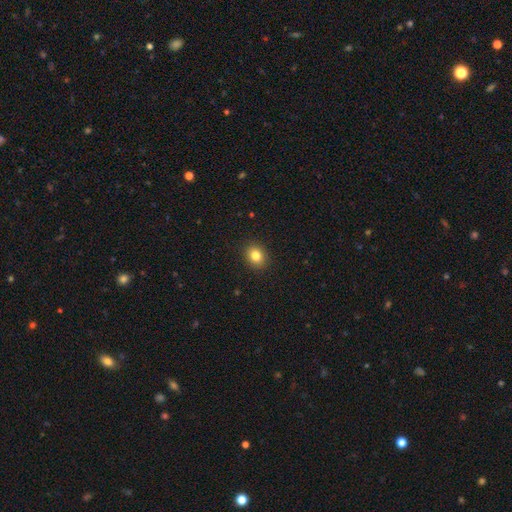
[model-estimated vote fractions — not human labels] A smooth galaxy with no disk features (83%) that is round (60%).

Vote fractions:
- Smooth or featured? smooth: 83% / star or artifact: 11% / featured or disk: 7%
- How rounded? round: 60% / in between: 40% / cigar-shaped: 1%
- Merging? none: 91% / minor disturbance: 6% / major disturbance: 2% / merger: 1%